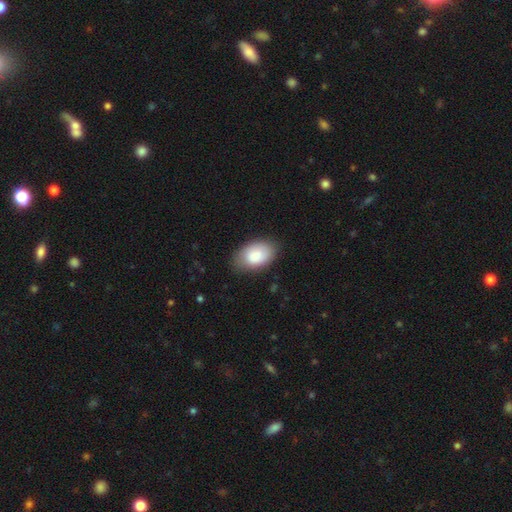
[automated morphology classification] This is clearly a smooth galaxy (82%). How rounded: clearly in between (91%). Merging: likely none (78%).